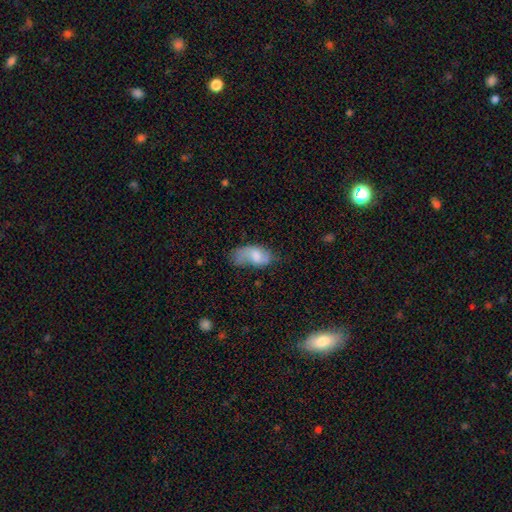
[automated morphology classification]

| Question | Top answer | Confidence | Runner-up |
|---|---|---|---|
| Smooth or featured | smooth | 61% | featured or disk (31%) |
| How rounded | in between | 92% | round (4%) |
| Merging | none | 36% | minor disturbance (35%) |